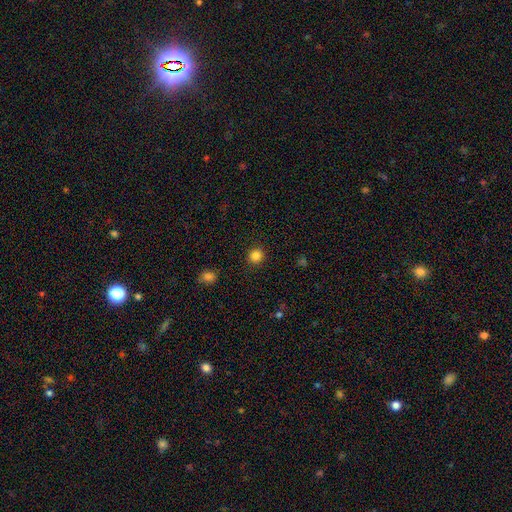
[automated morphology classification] Overall: smooth (84%). How rounded: round (93%). Merging: none (92%).